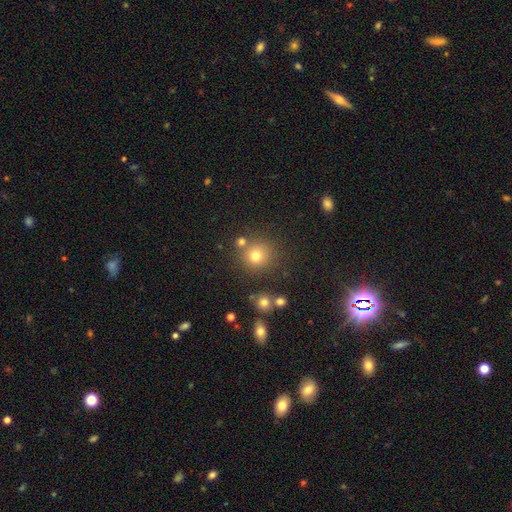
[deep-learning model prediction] A smooth galaxy with no disk features (74%) that is round (92%).

Vote fractions:
- Smooth or featured? smooth: 74% / star or artifact: 17% / featured or disk: 8%
- How rounded? round: 92% / in between: 7% / cigar-shaped: 1%
- Merging? none: 76% / merger: 11% / minor disturbance: 9% / major disturbance: 4%